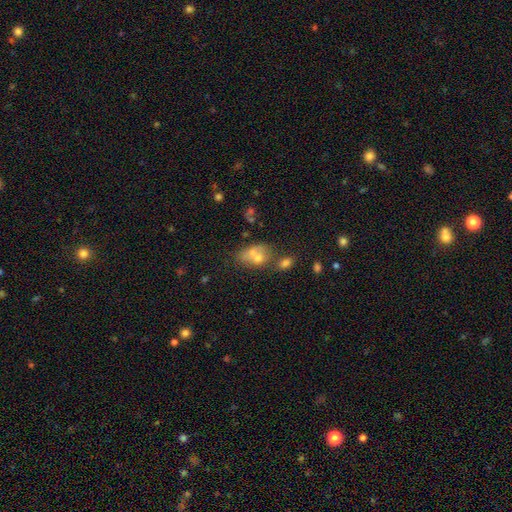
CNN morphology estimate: Smooth or featured?
  - smooth: 65% *
  - featured or disk: 24%
  - star or artifact: 12%
How rounded?
  - in between: 65% *
  - round: 33%
  - cigar-shaped: 2%
Merging?
  - merger: 59% *
  - none: 24%
  - minor disturbance: 10%
  - major disturbance: 6%